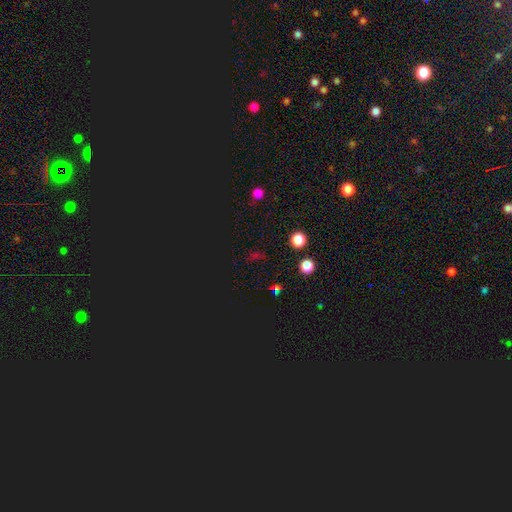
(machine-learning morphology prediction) Smooth or featured? Predicted: star or artifact (p=0.62).